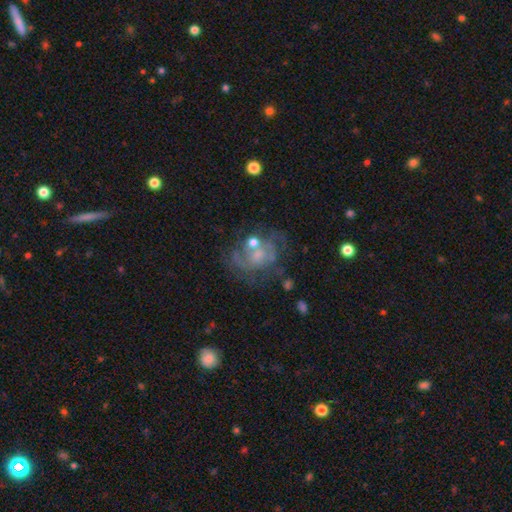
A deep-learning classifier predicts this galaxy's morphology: type=featured or disk (72%); edge-on=no (98%); bar=no (68%); spiral arms=yes (80%); winding=medium (43%); arm count=can't tell (36%); bulge=small (46%); merging=none (52%).